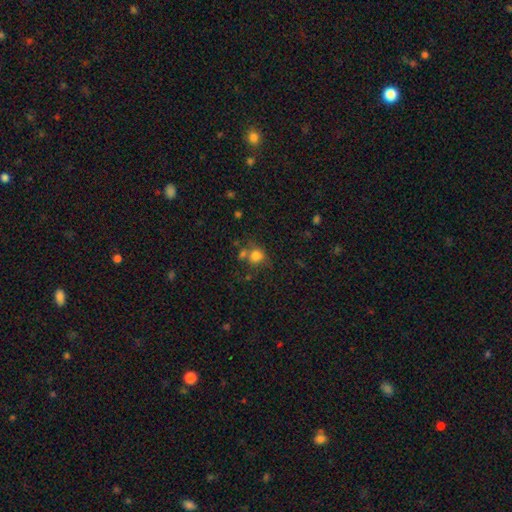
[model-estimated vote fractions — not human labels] This is likely a smooth galaxy (75%). How rounded: likely round (74%). Merging: possibly none (49%).